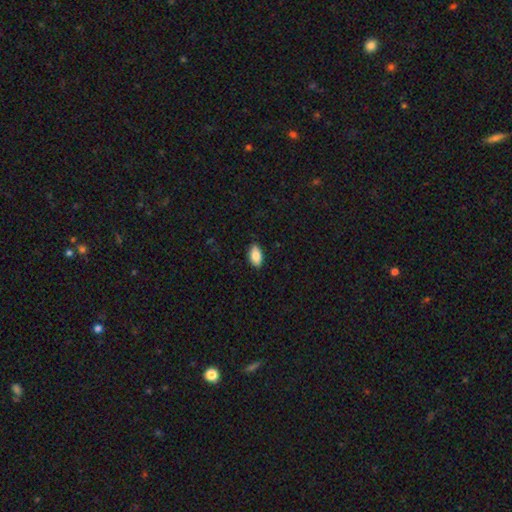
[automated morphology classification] This is clearly a smooth galaxy (87%). How rounded: clearly in between (93%). Merging: clearly none (88%).